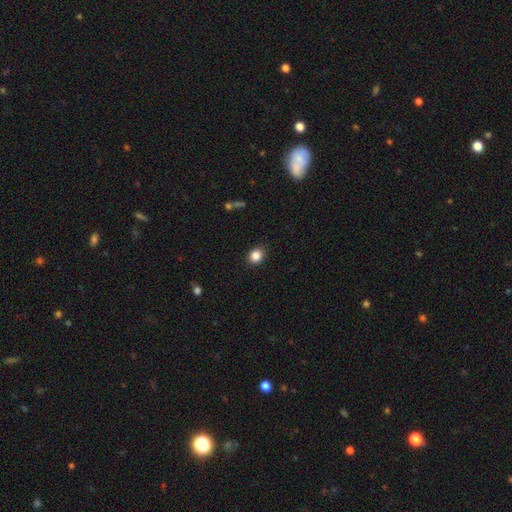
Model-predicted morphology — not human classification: Q: Smooth or featured?
A: smooth (85%); runner-up: star or artifact (10%)
Q: How rounded?
A: round (63%); runner-up: in between (36%)
Q: Merging?
A: none (87%); runner-up: minor disturbance (9%)